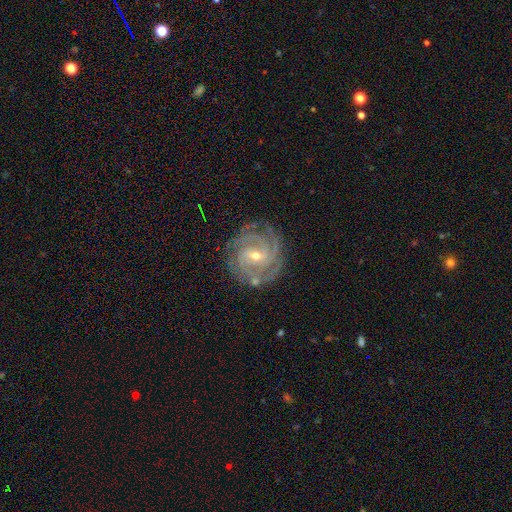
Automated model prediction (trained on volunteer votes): Q: Smooth or featured?
A: featured or disk (89%); runner-up: star or artifact (6%)
Q: Edge-on disk?
A: no (97%); runner-up: yes (3%)
Q: Bar?
A: no (43%); runner-up: weak (41%)
Q: Spiral arms?
A: yes (98%); runner-up: no (2%)
Q: Spiral winding?
A: tight (76%); runner-up: medium (21%)
Q: Spiral arm count?
A: 3 (32%); runner-up: 4 (27%)
Q: Bulge size?
A: small (61%); runner-up: moderate (37%)
Q: Merging?
A: none (80%); runner-up: minor disturbance (14%)